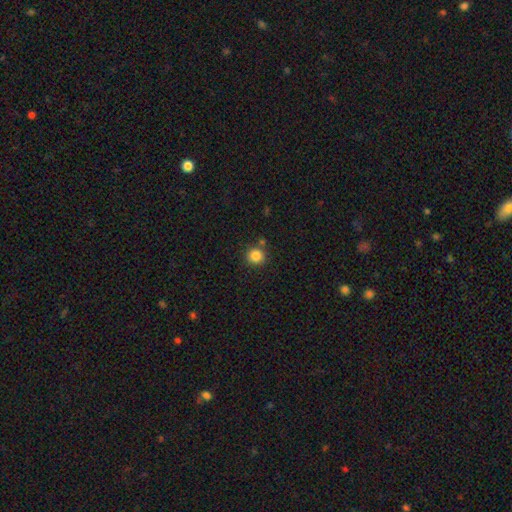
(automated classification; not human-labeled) Q: Smooth or featured?
A: smooth (85%); runner-up: star or artifact (11%)
Q: How rounded?
A: round (93%); runner-up: in between (6%)
Q: Merging?
A: none (81%); runner-up: minor disturbance (8%)